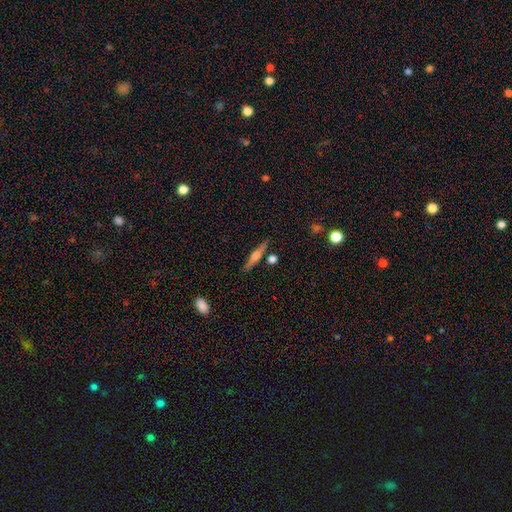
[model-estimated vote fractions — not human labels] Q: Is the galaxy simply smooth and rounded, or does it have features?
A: featured or disk — 56%.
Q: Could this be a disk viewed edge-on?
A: yes — 96%.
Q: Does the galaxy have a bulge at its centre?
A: rounded — 75%.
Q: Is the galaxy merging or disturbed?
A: none — 83%.